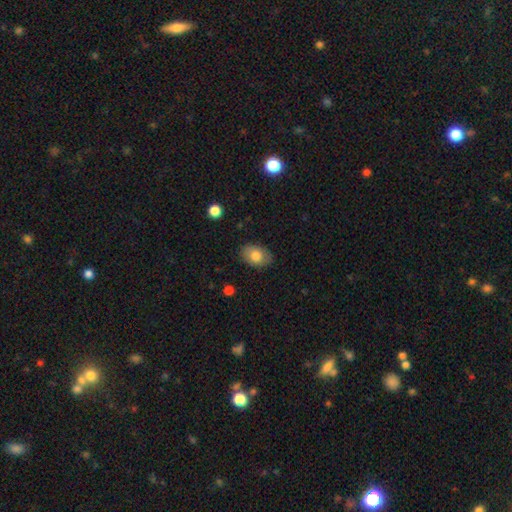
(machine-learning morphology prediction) Overall: smooth (78%). How rounded: in between (82%). Merging: none (84%).